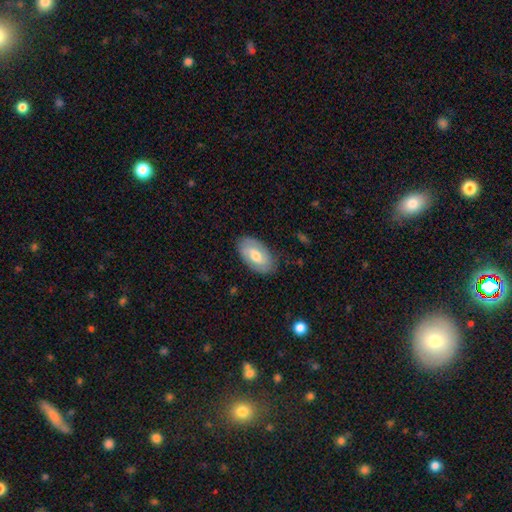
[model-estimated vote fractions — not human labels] smooth-or-featured: smooth: 50% | featured or disk: 44% | star or artifact: 6%
  how-rounded: in between: 93% | round: 5% | cigar-shaped: 2%
  merging: none: 83% | minor disturbance: 13% | major disturbance: 3% | merger: 1%